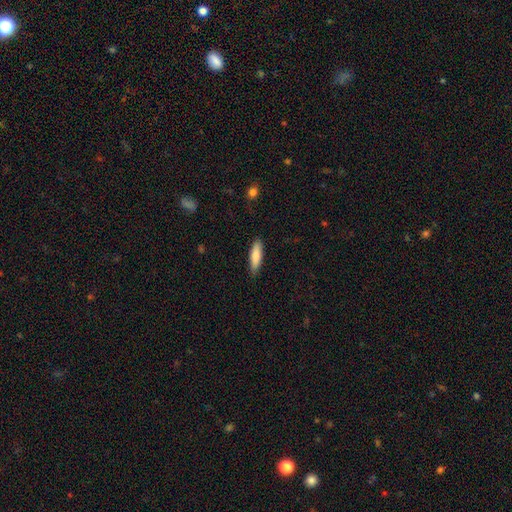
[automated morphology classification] Overall: smooth (81%). How rounded: cigar-shaped (64%; in between 34%). Merging: none (86%).